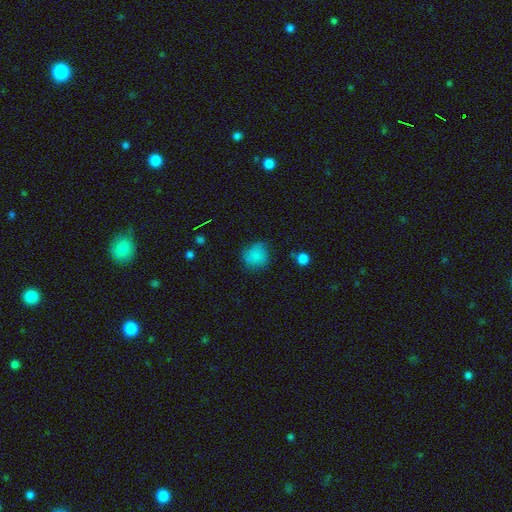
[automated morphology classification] smooth_or_featured: smooth (p=0.81) [alt: star or artifact p=0.11]
how_rounded: round (p=0.82) [alt: in between p=0.17]
merging: none (p=0.68) [alt: minor disturbance p=0.23]